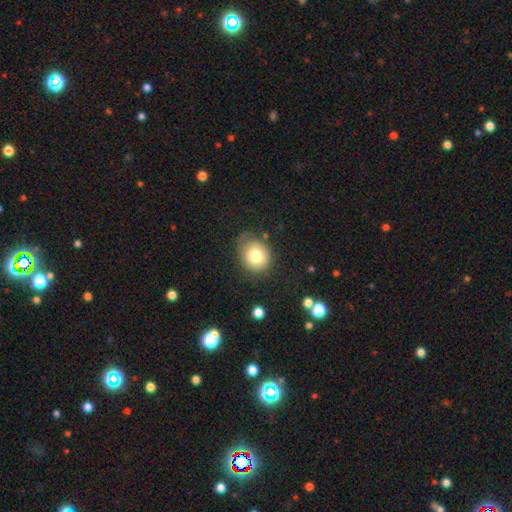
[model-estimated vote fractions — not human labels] Morphology: type=smooth (77%); roundness=round (71%); merging=none (66%).